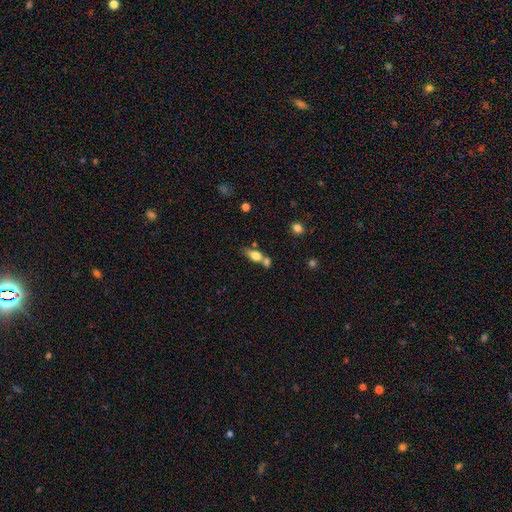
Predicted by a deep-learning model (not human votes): Q: Smooth or featured?
A: smooth (73%); runner-up: featured or disk (18%)
Q: How rounded?
A: in between (76%); runner-up: cigar-shaped (14%)
Q: Merging?
A: merger (42%); runner-up: none (38%)